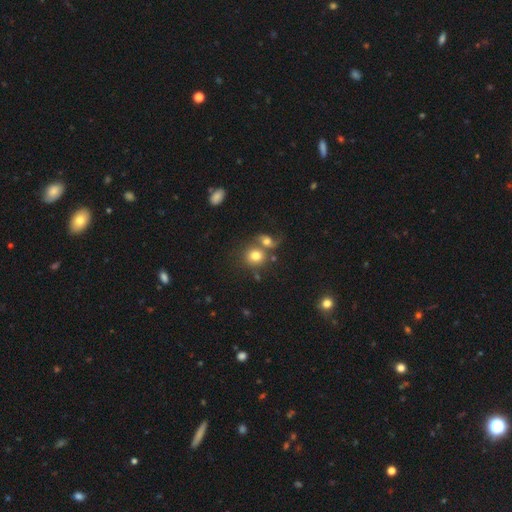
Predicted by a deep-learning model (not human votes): A smooth galaxy with no disk features (73%) that is round (76%). Merging: merger (47%).